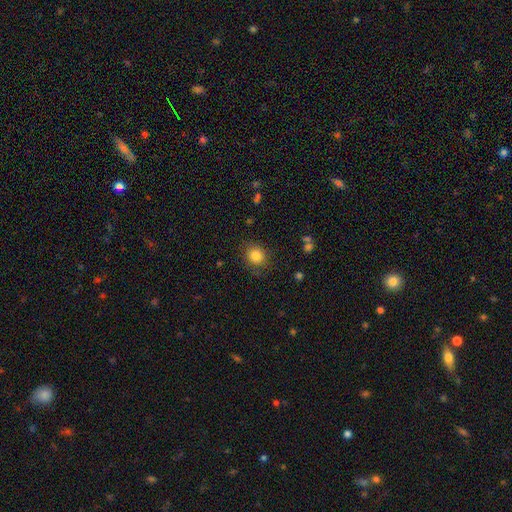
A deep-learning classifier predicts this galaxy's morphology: The model was most divided on "how rounded": round: 78%, in between: 21%, cigar-shaped: 1%. More confident: merging — none (84%); smooth or featured — smooth (83%).